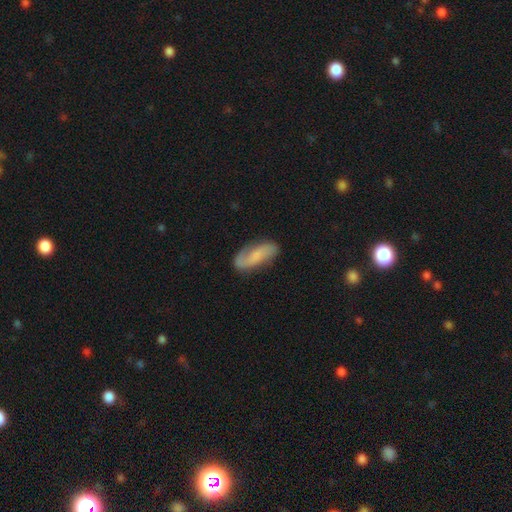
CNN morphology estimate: smooth_or_featured: featured or disk (p=0.56) [alt: smooth p=0.37]
disk_edge_on: no (p=0.92) [alt: yes p=0.08]
bar: no (p=0.50) [alt: weak p=0.36]
has_spiral_arms: yes (p=0.91) [alt: no p=0.09]
bulge_size: none (p=0.42) [alt: small p=0.30]
merging: none (p=0.73) [alt: minor disturbance p=0.19]